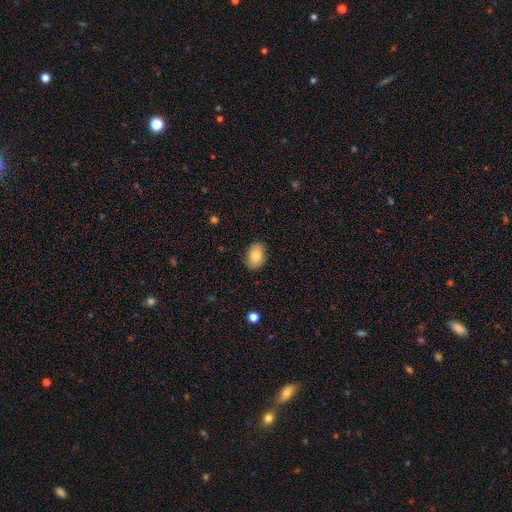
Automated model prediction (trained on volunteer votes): The model was most divided on "how rounded": in between: 83%, round: 15%, cigar-shaped: 1%. More confident: merging — none (84%); smooth or featured — smooth (81%).